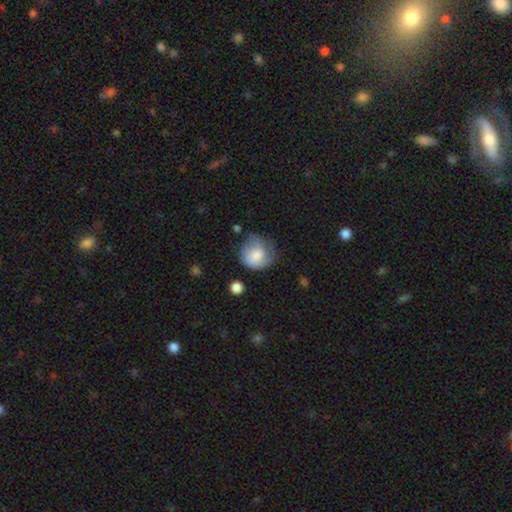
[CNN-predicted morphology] Smooth or featured?
  - smooth: 70% *
  - featured or disk: 23%
  - star or artifact: 7%
How rounded?
  - round: 79% *
  - in between: 20%
  - cigar-shaped: 1%
Merging?
  - none: 44% *
  - minor disturbance: 34%
  - major disturbance: 19%
  - merger: 3%